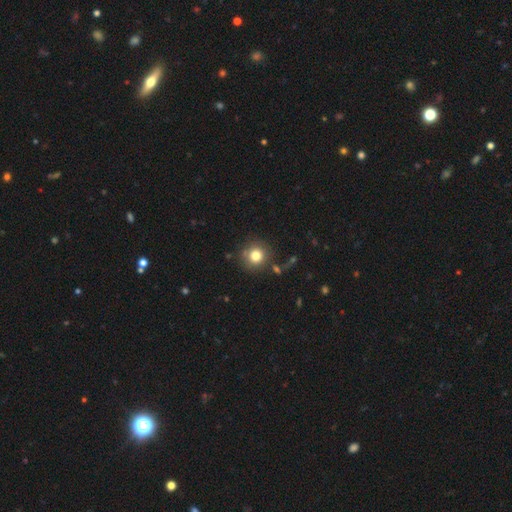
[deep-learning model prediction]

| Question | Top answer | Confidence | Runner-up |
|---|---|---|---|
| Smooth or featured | smooth | 79% | star or artifact (11%) |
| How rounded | round | 92% | in between (7%) |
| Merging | none | 79% | minor disturbance (11%) |